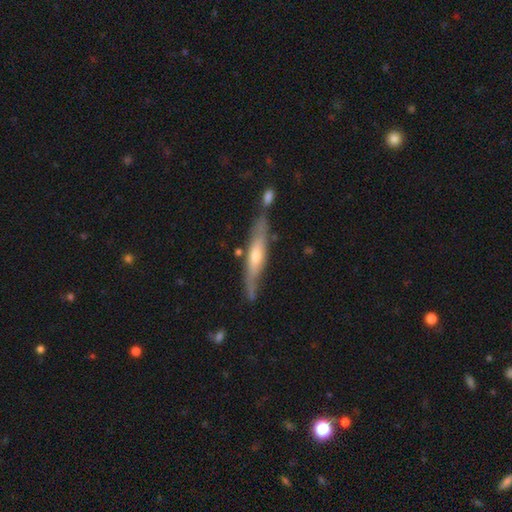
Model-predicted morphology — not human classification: This appears to be a featured or disk galaxy (61%) viewed edge-on (79%). Merging: none (66%).